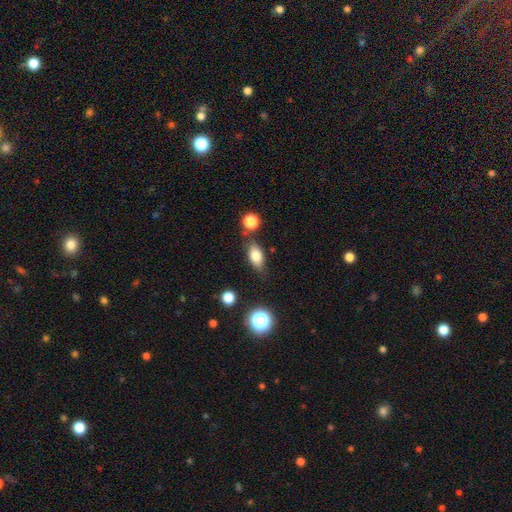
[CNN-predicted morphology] Overall: smooth (78%). How rounded: in between (84%). Merging: none (74%).